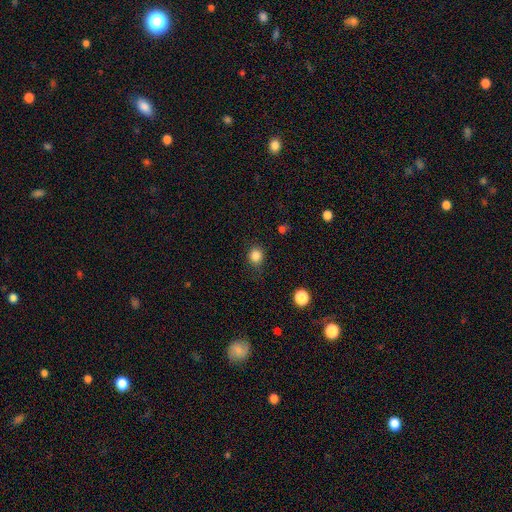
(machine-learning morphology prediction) Overall: smooth (84%). How rounded: round (80%). Merging: none (82%).